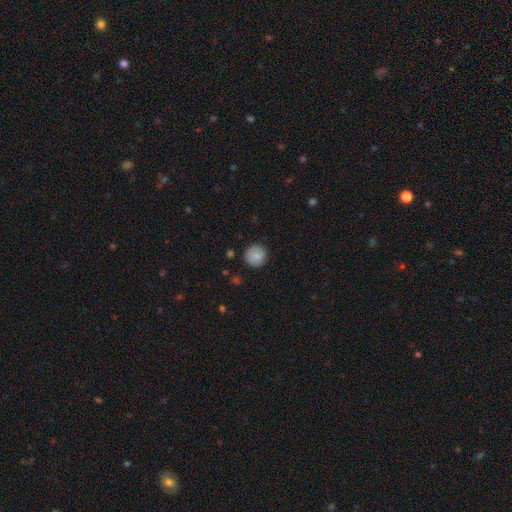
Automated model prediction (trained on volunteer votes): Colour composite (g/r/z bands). It shows a smooth galaxy with no disk features (83%) that is round (94%). Merging: none (86%).